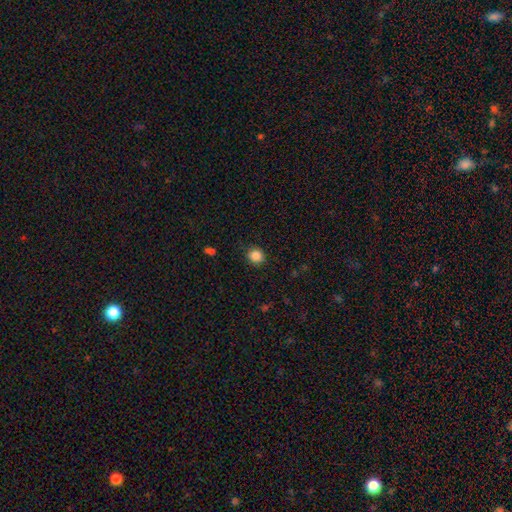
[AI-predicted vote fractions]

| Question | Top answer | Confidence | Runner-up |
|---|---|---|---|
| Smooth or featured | smooth | 86% | star or artifact (11%) |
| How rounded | round | 87% | in between (12%) |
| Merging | none | 89% | minor disturbance (8%) |